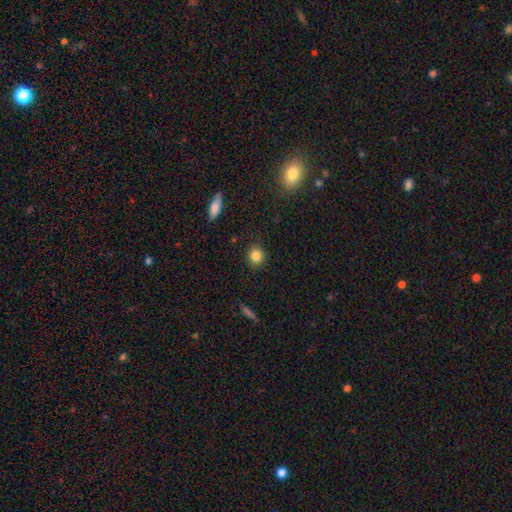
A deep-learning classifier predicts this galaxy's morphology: smooth-or-featured: smooth: 84% | star or artifact: 10% | featured or disk: 5%
  how-rounded: round: 78% | in between: 20% | cigar-shaped: 2%
  merging: none: 87% | minor disturbance: 9% | major disturbance: 2% | merger: 1%